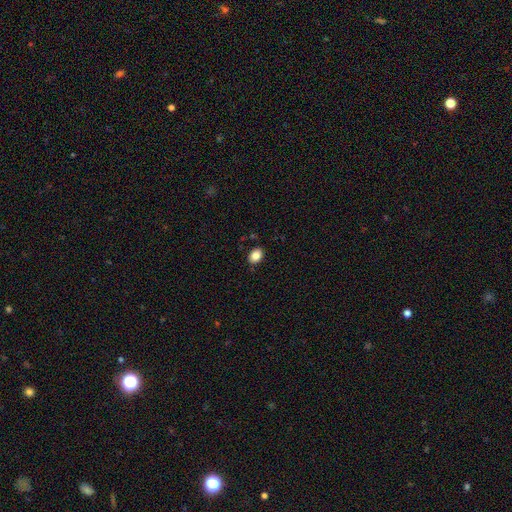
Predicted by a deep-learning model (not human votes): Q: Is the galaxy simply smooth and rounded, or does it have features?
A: smooth — 87%.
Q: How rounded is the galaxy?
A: in between — 77%.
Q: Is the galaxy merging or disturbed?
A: none — 87%.